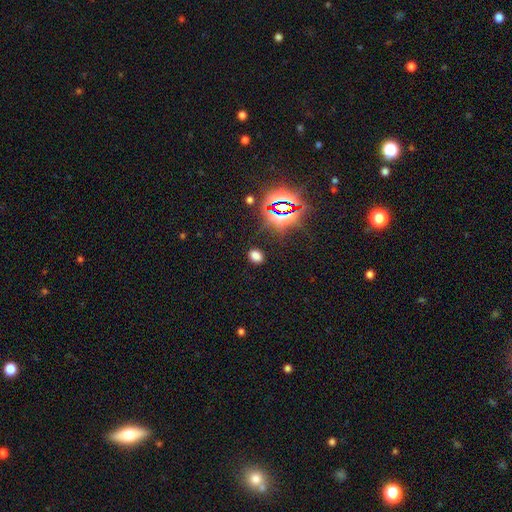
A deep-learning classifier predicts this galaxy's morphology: The model was most divided on "smooth or featured": smooth: 67%, star or artifact: 27%, featured or disk: 6%. More confident: merging — none (86%); how rounded — in between (72%).